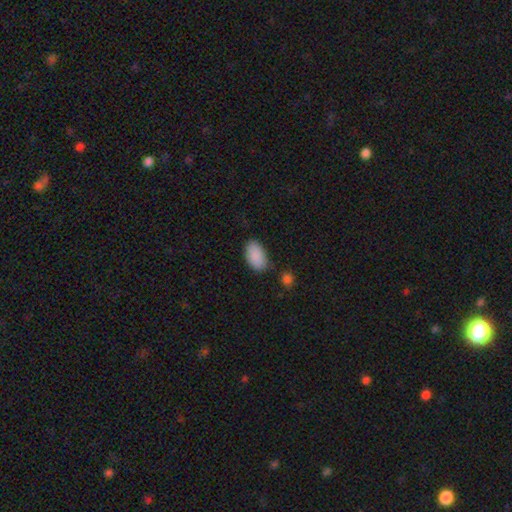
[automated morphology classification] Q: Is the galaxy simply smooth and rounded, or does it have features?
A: smooth — 90%.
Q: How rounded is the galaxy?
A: in between — 95%.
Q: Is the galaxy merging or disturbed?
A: none — 79%.